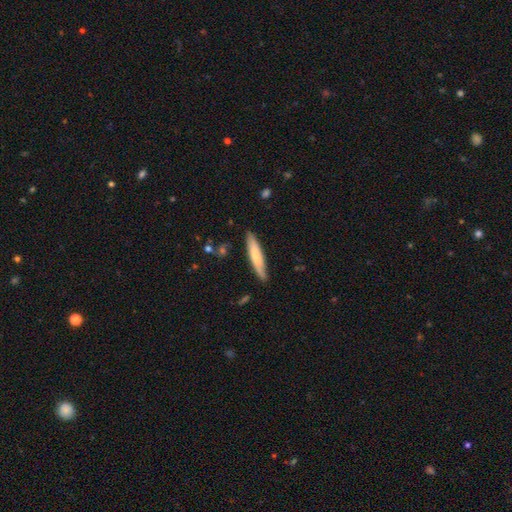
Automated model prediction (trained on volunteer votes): Q: Smooth or featured?
A: smooth (68%); runner-up: featured or disk (27%)
Q: How rounded?
A: cigar-shaped (88%); runner-up: in between (11%)
Q: Merging?
A: none (82%); runner-up: minor disturbance (14%)